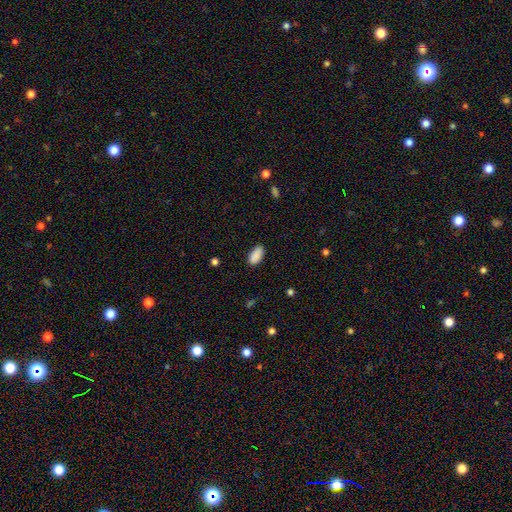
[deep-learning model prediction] smooth_or_featured: smooth (p=0.89) [alt: star or artifact p=0.07]
how_rounded: in between (p=0.93) [alt: cigar-shaped p=0.05]
merging: none (p=0.84) [alt: minor disturbance p=0.12]